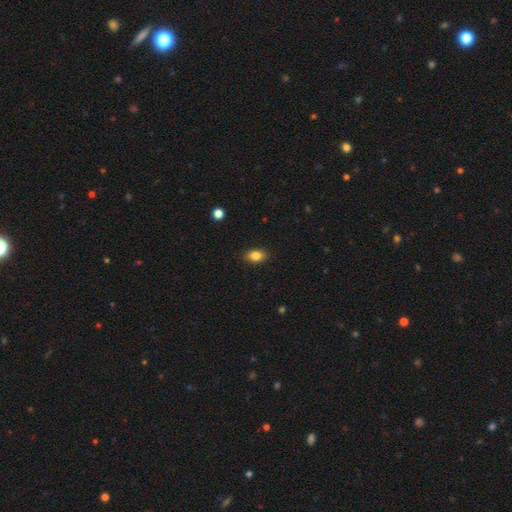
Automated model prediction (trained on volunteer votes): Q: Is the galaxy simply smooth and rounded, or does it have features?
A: smooth — 84%.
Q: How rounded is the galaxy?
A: in between — 86%.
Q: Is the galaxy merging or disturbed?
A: none — 88%.